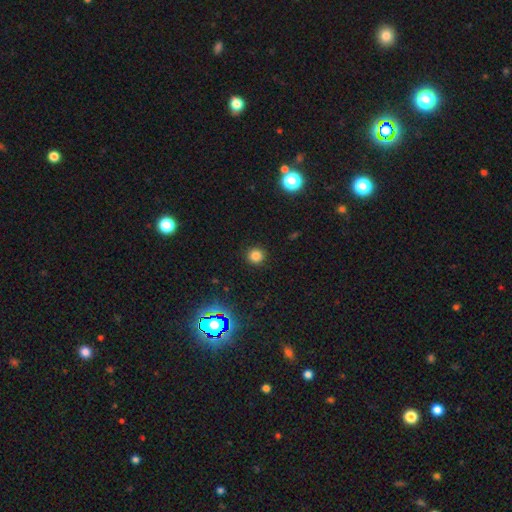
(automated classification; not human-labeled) smooth-or-featured: smooth: 79% | star or artifact: 17% | featured or disk: 4%
  how-rounded: round: 93% | in between: 6% | cigar-shaped: 1%
  merging: none: 91% | minor disturbance: 6% | major disturbance: 2% | merger: 1%